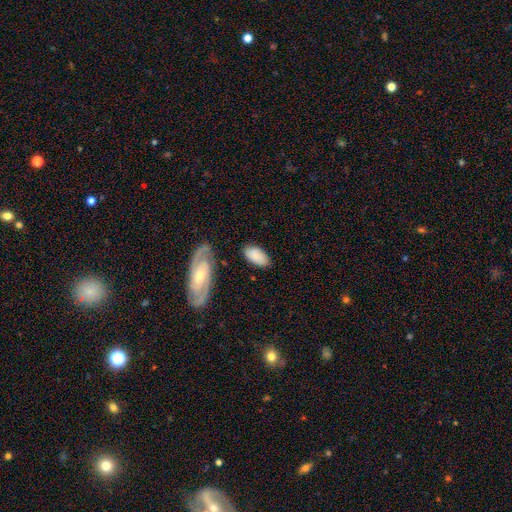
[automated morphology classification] The model was most divided on "merging": none: 73%, minor disturbance: 17%, merger: 5%, major disturbance: 5%. More confident: how rounded — in between (94%); smooth or featured — smooth (75%).